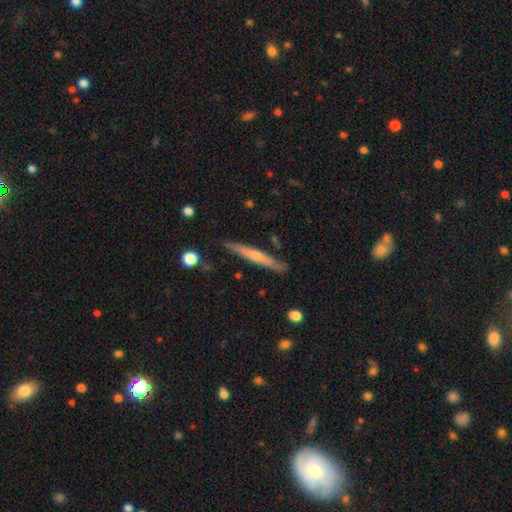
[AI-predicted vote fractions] A featured or disk galaxy (49%).

Vote fractions:
- Smooth or featured? featured or disk: 49% / smooth: 45% / star or artifact: 6%
- Merging? none: 84% / minor disturbance: 11% / major disturbance: 2% / merger: 2%